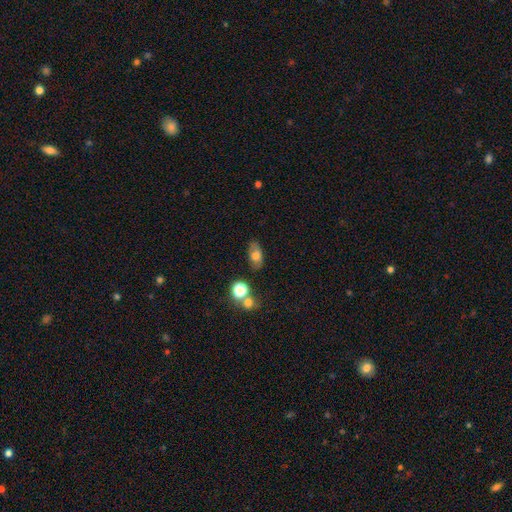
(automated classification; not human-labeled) The model was most divided on "smooth or featured": smooth: 71%, featured or disk: 20%, star or artifact: 10%. More confident: how rounded — in between (86%); merging — none (76%).